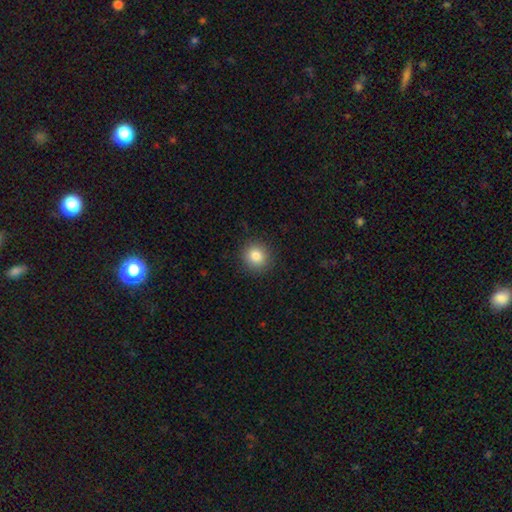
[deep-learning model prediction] Morphology: type=smooth (84%); roundness=round (88%); merging=none (90%).